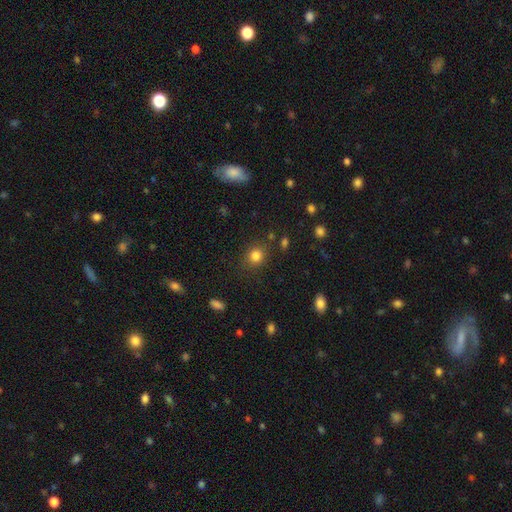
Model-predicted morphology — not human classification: Overall: smooth (81%). How rounded: round (81%). Merging: none (84%).